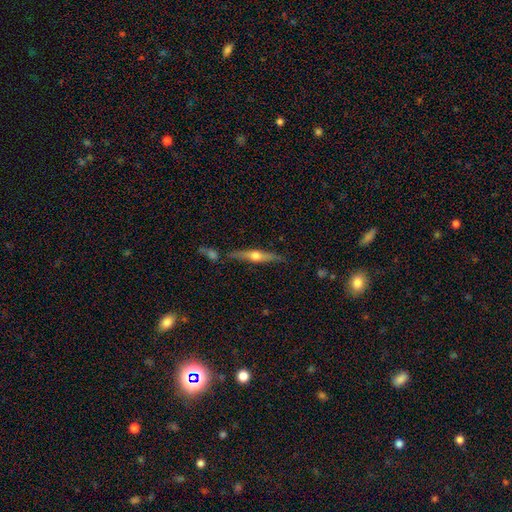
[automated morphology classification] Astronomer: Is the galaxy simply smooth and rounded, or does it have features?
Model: featured or disk — 64%.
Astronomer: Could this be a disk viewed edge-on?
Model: yes — 95%.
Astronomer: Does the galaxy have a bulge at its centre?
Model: rounded — 93%.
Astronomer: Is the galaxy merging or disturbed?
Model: none — 79%.